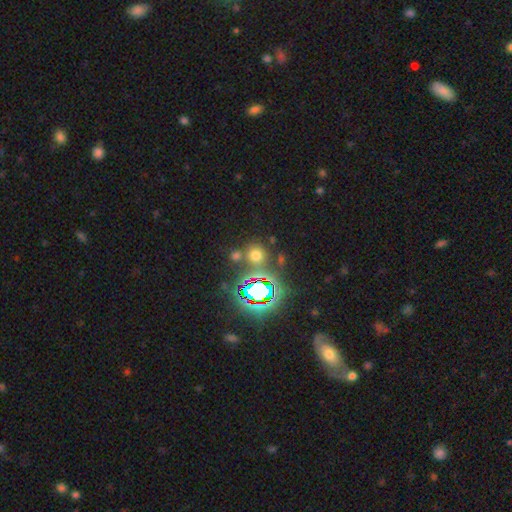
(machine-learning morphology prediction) Overall: smooth (52%; star or artifact 40%). How rounded: round (88%). Merging: none (74%).